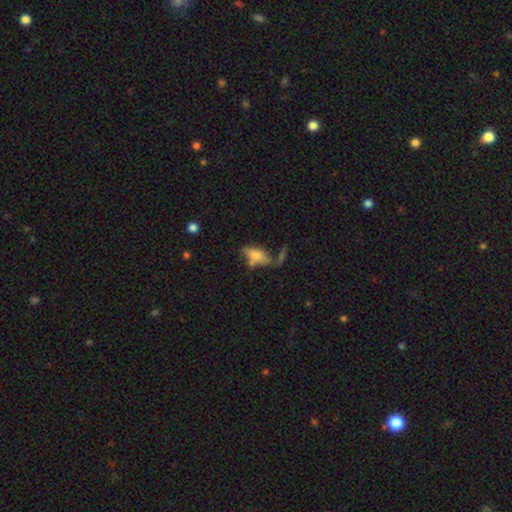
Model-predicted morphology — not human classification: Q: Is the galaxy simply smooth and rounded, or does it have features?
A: smooth — 60%.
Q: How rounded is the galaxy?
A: in between — 78%.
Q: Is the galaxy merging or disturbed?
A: none — 43%.